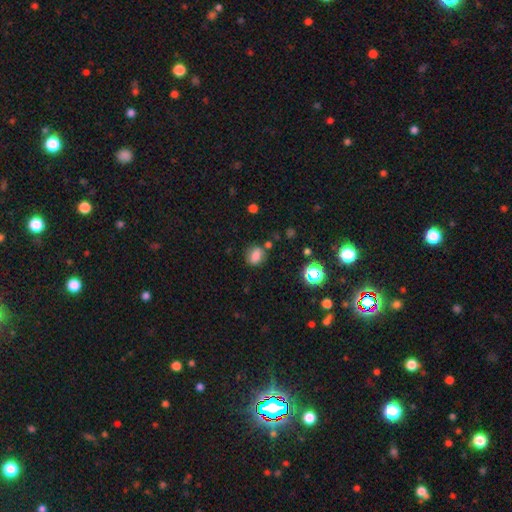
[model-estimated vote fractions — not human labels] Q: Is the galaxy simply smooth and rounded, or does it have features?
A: smooth — 76%.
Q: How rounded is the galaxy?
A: round — 51%.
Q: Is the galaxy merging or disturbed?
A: none — 72%.